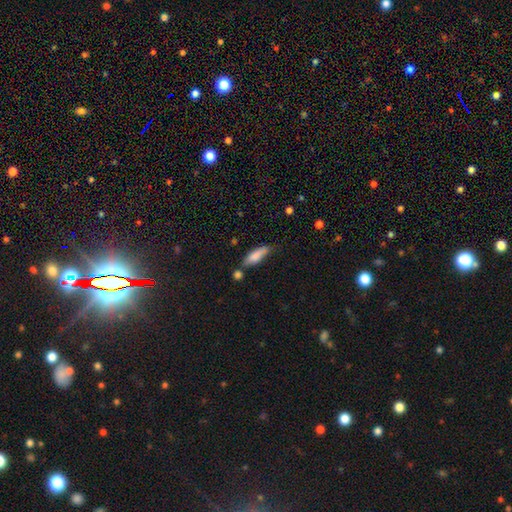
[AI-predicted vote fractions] smooth 81%, featured or disk 13%, star or artifact 7%. Down the decision tree: how rounded — in between (50%); merging — none (52%).